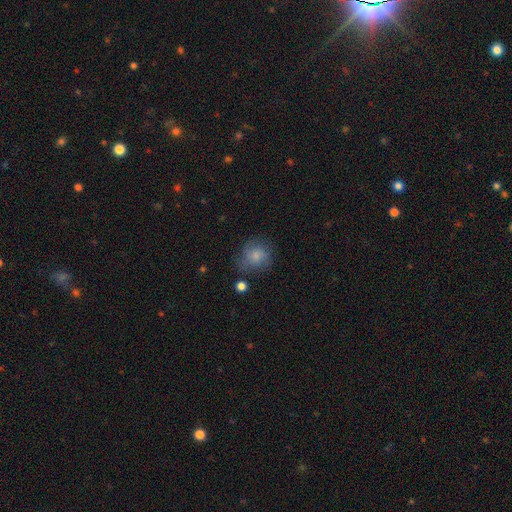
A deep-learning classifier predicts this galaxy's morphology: Q: Smooth or featured?
A: smooth (68%); runner-up: featured or disk (22%)
Q: How rounded?
A: round (82%); runner-up: in between (17%)
Q: Merging?
A: none (61%); runner-up: minor disturbance (24%)